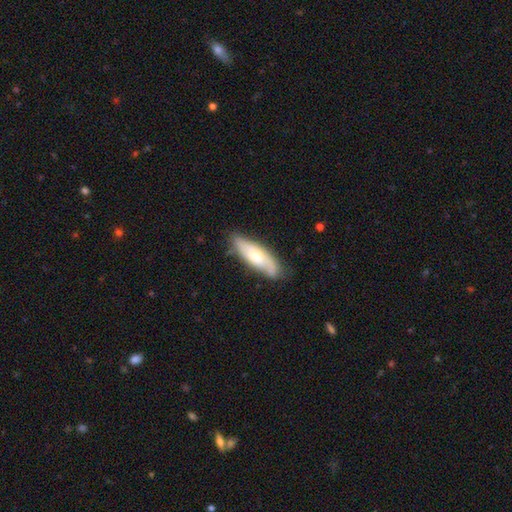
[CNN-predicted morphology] Smooth or featured: featured or disk — 48% (smooth — 46%)
Merging: none — 76% (minor disturbance — 19%)